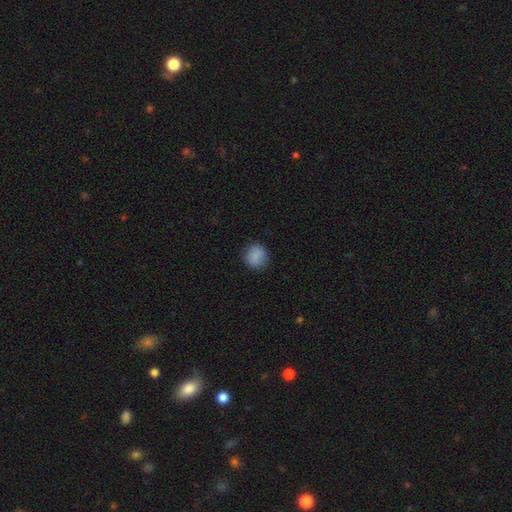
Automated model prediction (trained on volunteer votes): Q: Smooth or featured?
A: smooth (87%); runner-up: star or artifact (9%)
Q: How rounded?
A: round (82%); runner-up: in between (17%)
Q: Merging?
A: none (87%); runner-up: minor disturbance (10%)